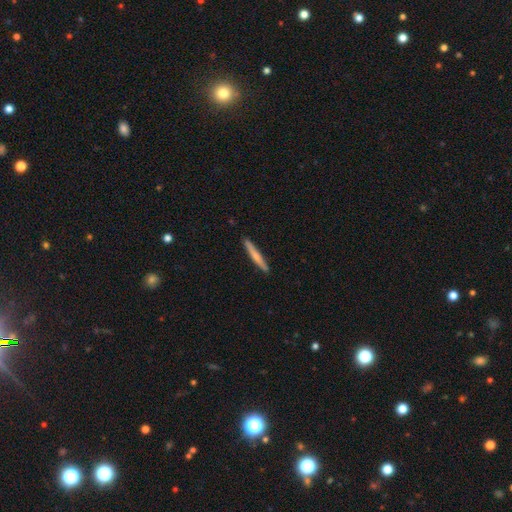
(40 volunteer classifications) A smooth galaxy with no disk features (57%) that is cigar-shaped (100%). Merging: none (97%).